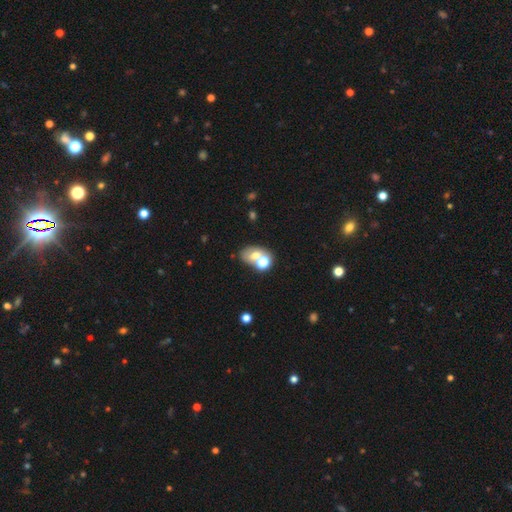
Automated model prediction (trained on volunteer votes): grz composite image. It shows a smooth galaxy with no disk features (60%) that is in between round and cigar-shaped (69%). Merging: merger (43%).